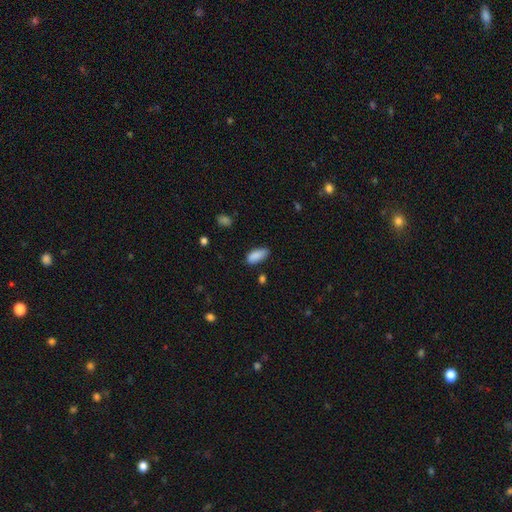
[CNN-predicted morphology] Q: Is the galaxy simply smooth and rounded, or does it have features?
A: smooth — 89%.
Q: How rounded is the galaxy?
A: in between — 88%.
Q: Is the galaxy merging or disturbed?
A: none — 76%.